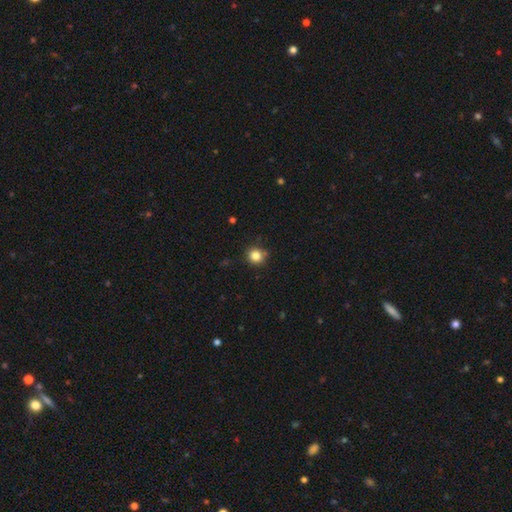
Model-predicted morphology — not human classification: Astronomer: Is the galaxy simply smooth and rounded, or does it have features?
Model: smooth — 83%.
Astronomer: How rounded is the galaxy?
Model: round — 91%.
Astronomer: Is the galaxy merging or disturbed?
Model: none — 83%.